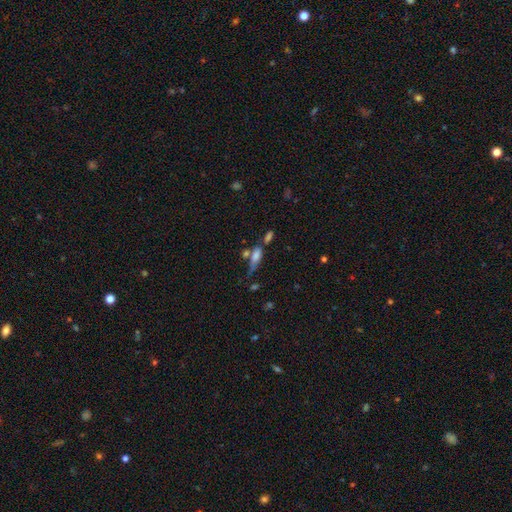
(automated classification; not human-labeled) A smooth galaxy with no disk features (64%) that is in between round and cigar-shaped (58%). Merging: none (36%).